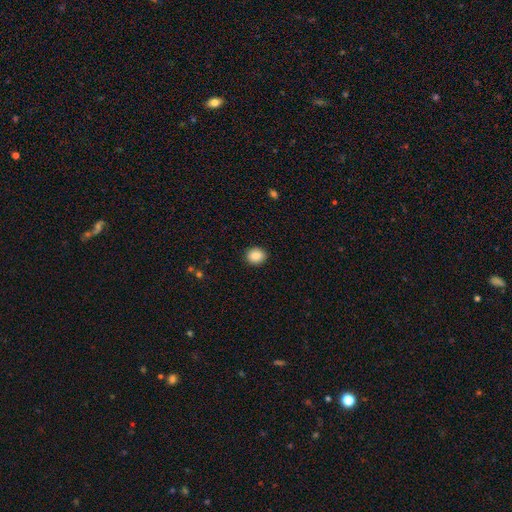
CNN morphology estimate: smooth_or_featured: smooth (p=0.88) [alt: star or artifact p=0.09]
how_rounded: round (p=0.73) [alt: in between p=0.26]
merging: none (p=0.90) [alt: minor disturbance p=0.07]